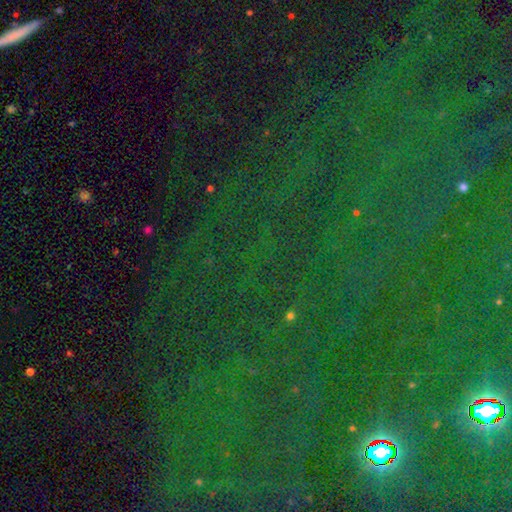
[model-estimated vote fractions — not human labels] This is clearly a star or artifact rather than a galaxy (82%).